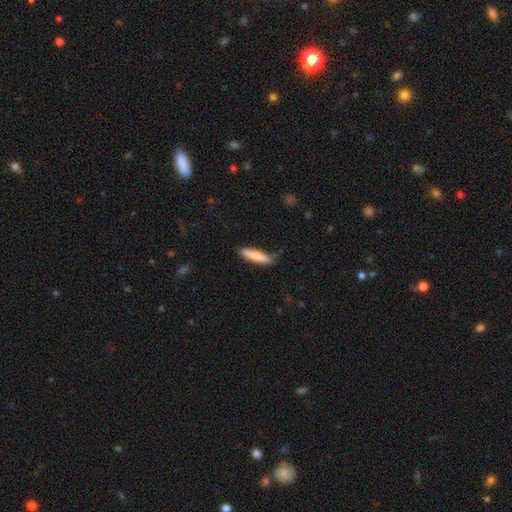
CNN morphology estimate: smooth_or_featured: smooth (p=0.80) [alt: featured or disk p=0.14]
how_rounded: cigar-shaped (p=0.80) [alt: in between p=0.19]
merging: none (p=0.76) [alt: minor disturbance p=0.19]